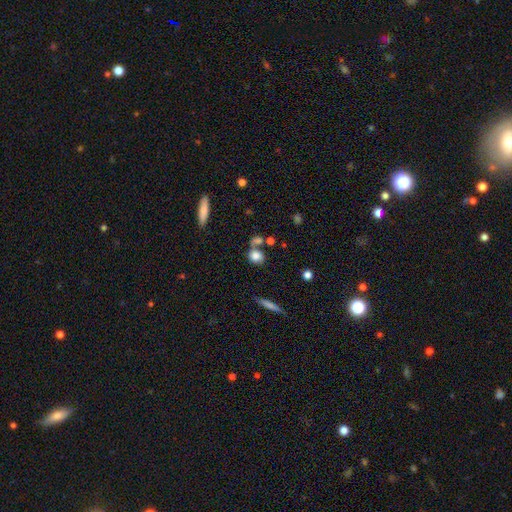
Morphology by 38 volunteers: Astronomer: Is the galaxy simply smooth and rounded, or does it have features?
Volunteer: smooth — 84%.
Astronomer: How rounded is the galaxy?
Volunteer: round — 69%.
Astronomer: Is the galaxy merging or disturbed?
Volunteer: none — 64%.